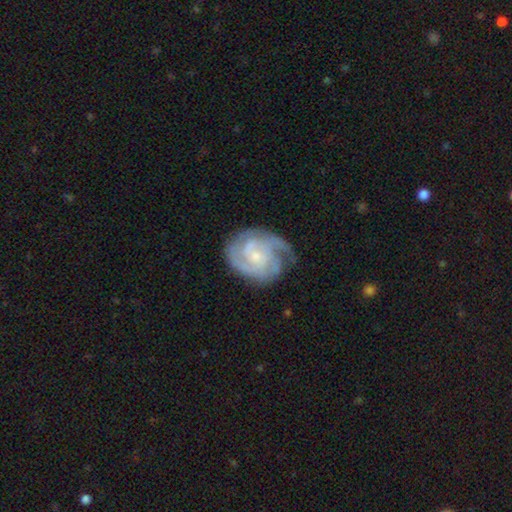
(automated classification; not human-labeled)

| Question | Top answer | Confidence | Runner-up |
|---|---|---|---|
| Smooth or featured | featured or disk | 87% | smooth (8%) |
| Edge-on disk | no | 98% | yes (2%) |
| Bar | no | 66% | weak (29%) |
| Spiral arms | yes | 97% | no (3%) |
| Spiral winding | tight | 57% | medium (36%) |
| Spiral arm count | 2 | 33% | 3 (32%) |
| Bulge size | small | 69% | moderate (25%) |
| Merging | none | 68% | minor disturbance (21%) |